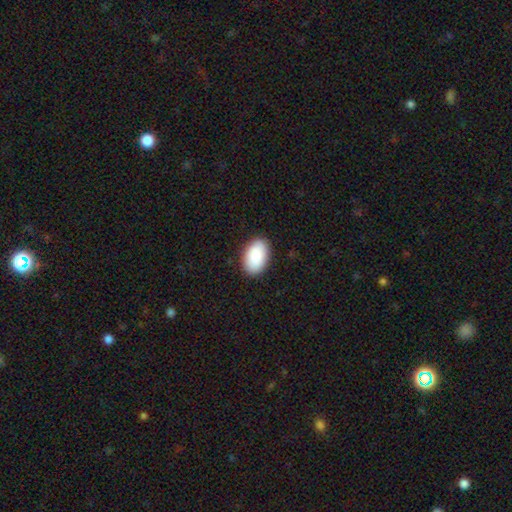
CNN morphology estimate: Smooth or featured? Predicted: smooth (p=0.88). How rounded? Predicted: in between (p=0.93). Merging? Predicted: none (p=0.88).